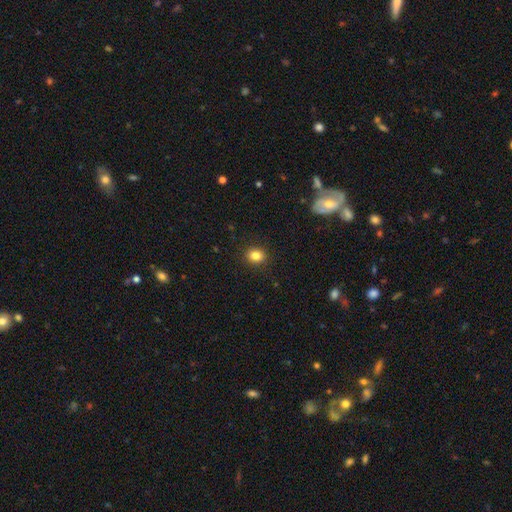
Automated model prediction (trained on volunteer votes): A smooth galaxy with no disk features (84%) that is round (62%). Merging: none (90%).